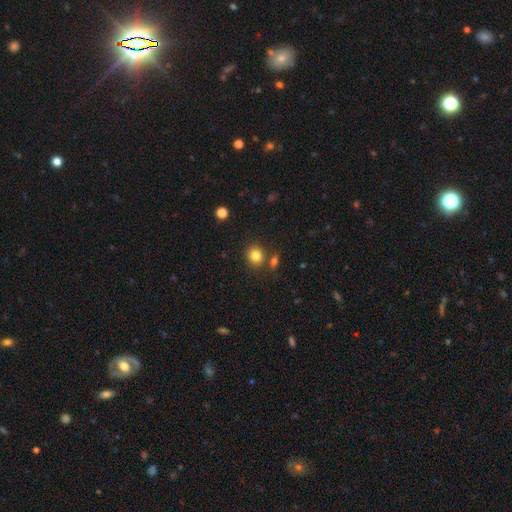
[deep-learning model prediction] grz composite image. It shows a smooth galaxy with no disk features (82%) that is round (80%). Merging: none (77%).